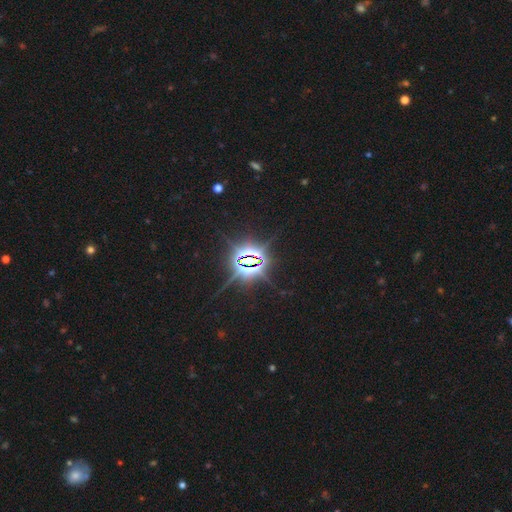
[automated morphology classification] smooth-or-featured: star or artifact: 86% | featured or disk: 8% | smooth: 6%